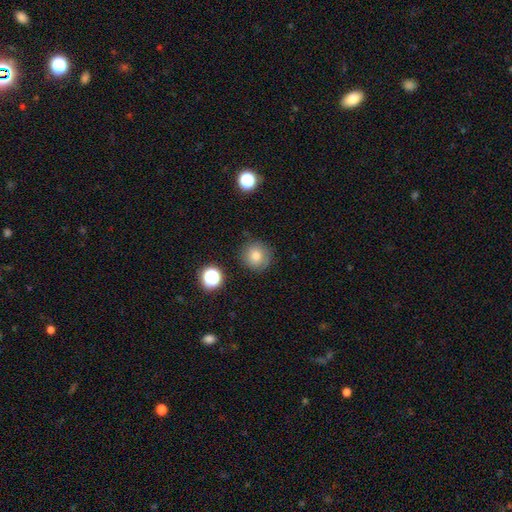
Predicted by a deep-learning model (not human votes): smooth 80%, star or artifact 12%, featured or disk 9%. Down the decision tree: how rounded — round (92%); merging — none (85%).